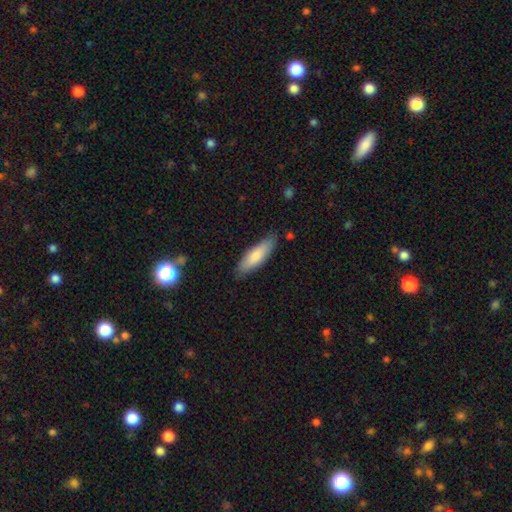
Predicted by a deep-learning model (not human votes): A smooth galaxy with no disk features (79%) that is cigar-shaped (52%).

Vote fractions:
- Smooth or featured? smooth: 79% / featured or disk: 16% / star or artifact: 5%
- How rounded? cigar-shaped: 52% / in between: 47% / round: 2%
- Merging? none: 81% / minor disturbance: 15% / major disturbance: 3% / merger: 2%